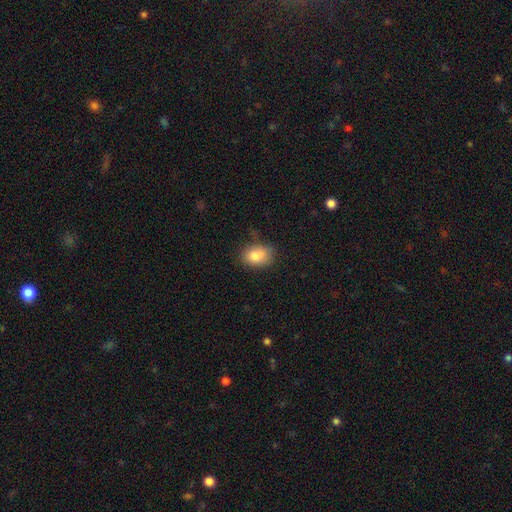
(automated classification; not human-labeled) A smooth galaxy with no disk features (84%) that is in between round and cigar-shaped (79%).

Vote fractions:
- Smooth or featured? smooth: 84% / star or artifact: 8% / featured or disk: 8%
- How rounded? in between: 79% / round: 20% / cigar-shaped: 1%
- Merging? none: 65% / minor disturbance: 26% / major disturbance: 6% / merger: 3%